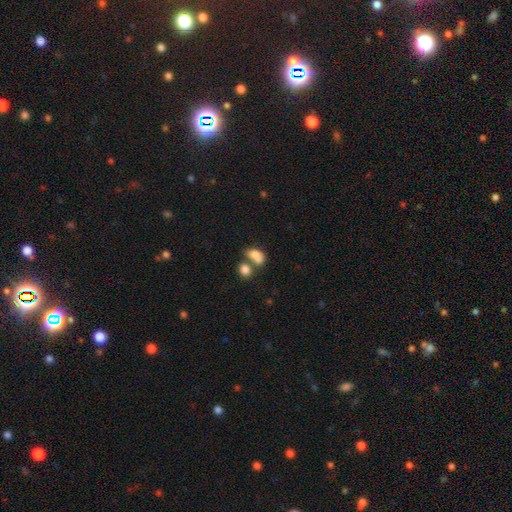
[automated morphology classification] smooth-or-featured: smooth: 79% | featured or disk: 12% | star or artifact: 9%
  how-rounded: in between: 81% | round: 17% | cigar-shaped: 2%
  merging: merger: 59% | none: 25% | minor disturbance: 10% | major disturbance: 6%